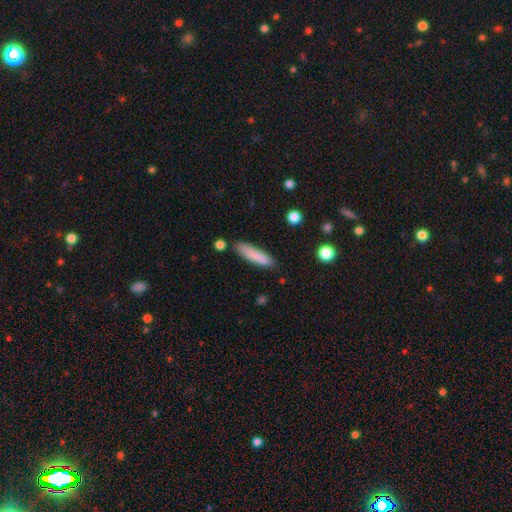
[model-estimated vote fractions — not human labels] The model was most divided on "how rounded": cigar-shaped: 78%, in between: 20%, round: 1%. More confident: smooth or featured — smooth (84%); merging — none (81%).